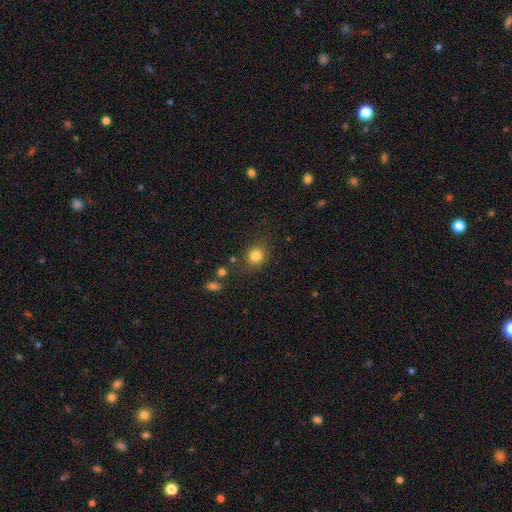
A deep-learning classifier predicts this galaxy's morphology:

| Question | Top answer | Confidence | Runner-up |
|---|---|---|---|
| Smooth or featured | smooth | 82% | star or artifact (12%) |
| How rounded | round | 77% | in between (22%) |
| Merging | none | 78% | minor disturbance (13%) |